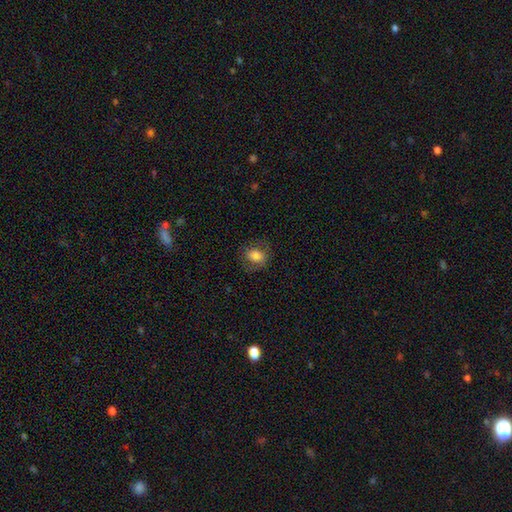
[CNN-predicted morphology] A smooth galaxy with no disk features (77%) that is round (54%). Merging: none (76%).